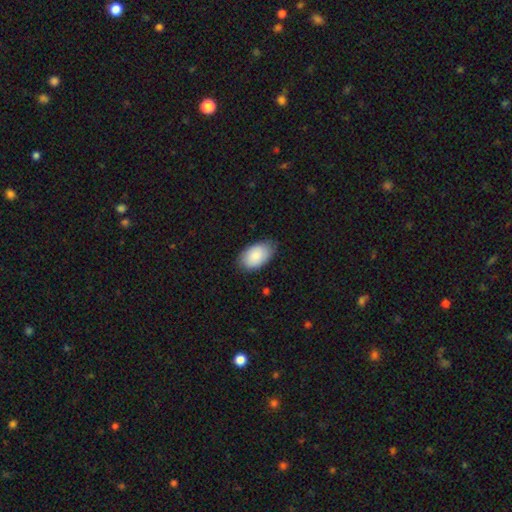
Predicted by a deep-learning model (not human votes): Smooth or featured? Predicted: smooth (p=0.86). How rounded? Predicted: in between (p=0.94). Merging? Predicted: none (p=0.78).